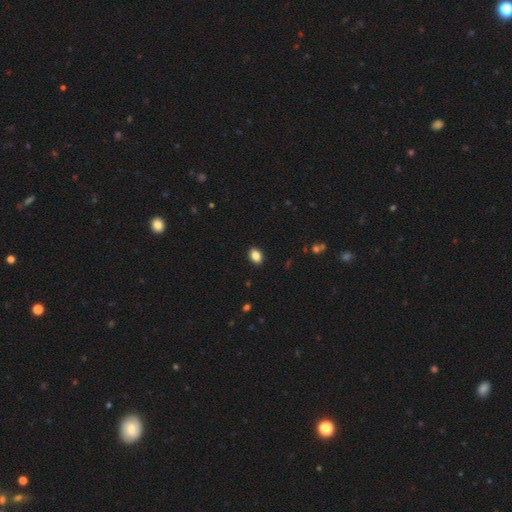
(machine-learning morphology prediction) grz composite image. It shows a smooth galaxy with no disk features (86%) that is in between round and cigar-shaped (77%). Merging: none (91%).